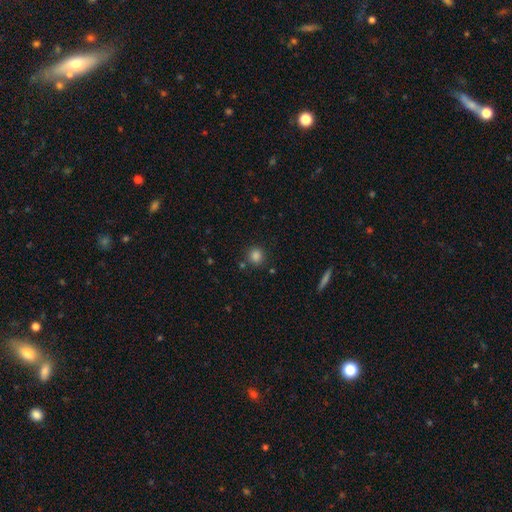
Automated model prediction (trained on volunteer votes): Overall: smooth (84%). How rounded: round (88%). Merging: none (83%).